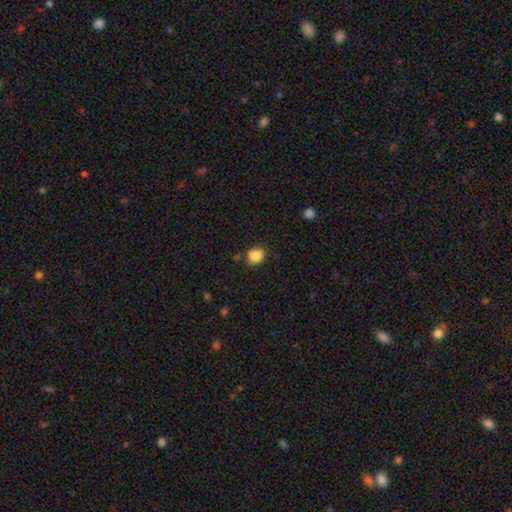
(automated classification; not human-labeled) Smooth or featured? Predicted: smooth (p=0.85). How rounded? Predicted: round (p=0.77). Merging? Predicted: none (p=0.81).